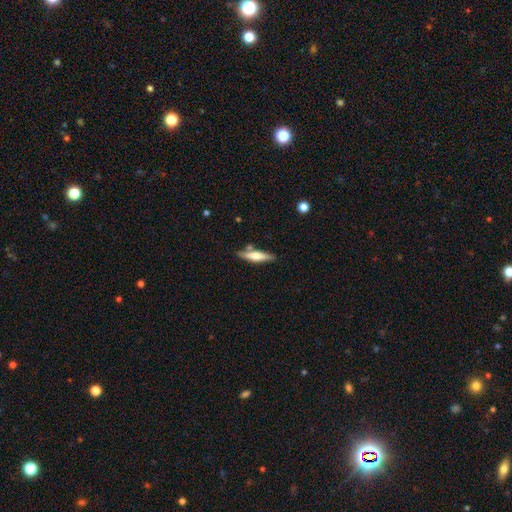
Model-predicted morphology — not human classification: type=smooth (48%); merging=none (78%).